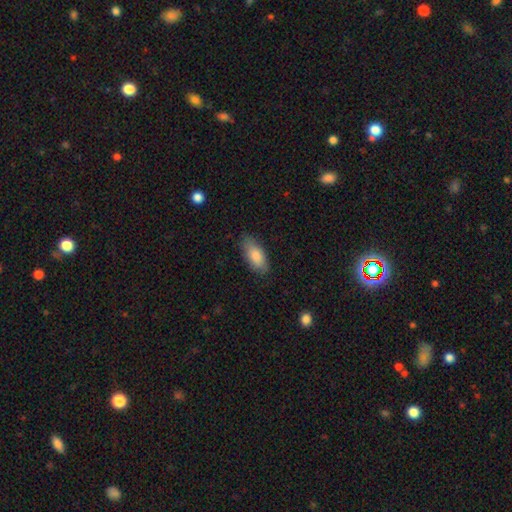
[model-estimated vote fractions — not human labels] Overall: smooth (83%). How rounded: in between (85%). Merging: none (82%).